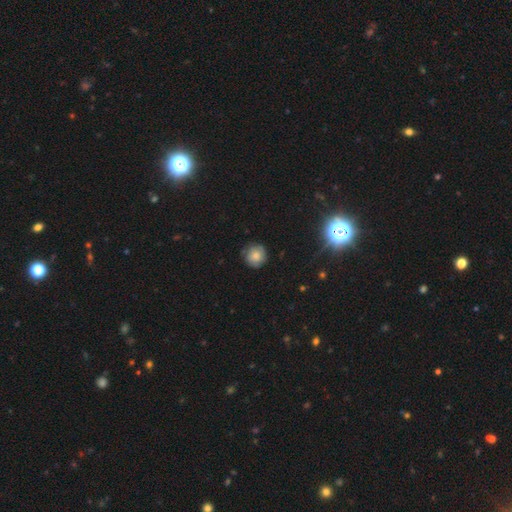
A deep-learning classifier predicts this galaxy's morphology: type=smooth (70%); roundness=round (92%); merging=none (79%).